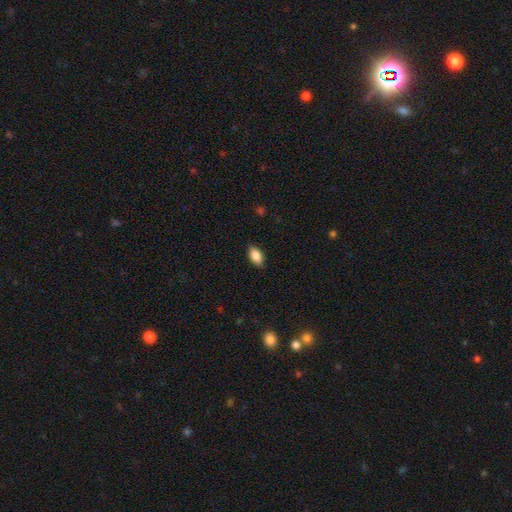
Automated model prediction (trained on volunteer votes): The model was most divided on "merging": none: 87%, minor disturbance: 10%, major disturbance: 2%, merger: 1%. More confident: how rounded — in between (92%); smooth or featured — smooth (87%).